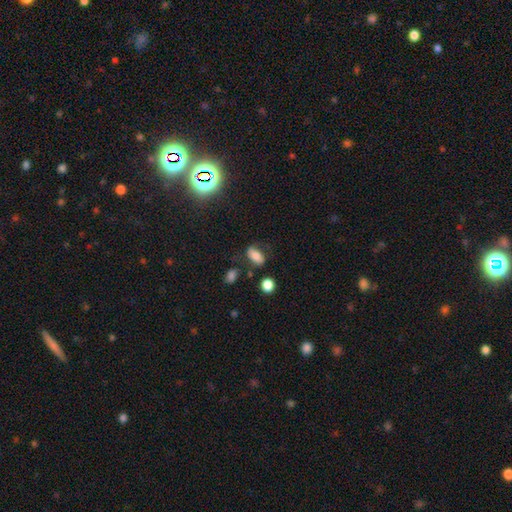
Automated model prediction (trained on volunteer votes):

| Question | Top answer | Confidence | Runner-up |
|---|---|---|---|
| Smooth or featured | smooth | 66% | featured or disk (22%) |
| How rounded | in between | 86% | round (9%) |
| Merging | none | 59% | minor disturbance (24%) |